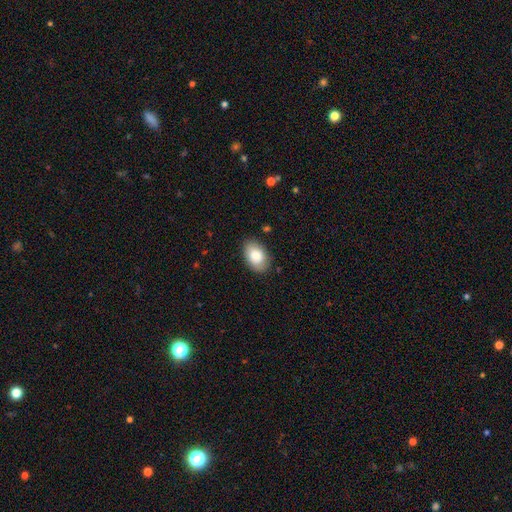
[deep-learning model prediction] Overall: smooth (83%). How rounded: in between (90%). Merging: none (83%).